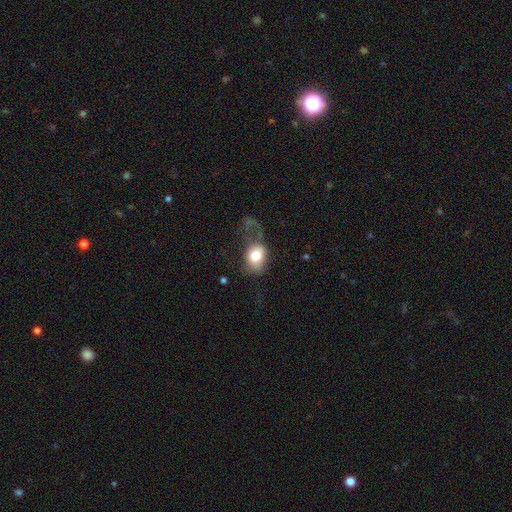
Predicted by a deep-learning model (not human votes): Smooth or featured? Predicted: smooth (p=0.71). How rounded? Predicted: in between (p=0.57). Merging? Predicted: major disturbance (p=0.52).